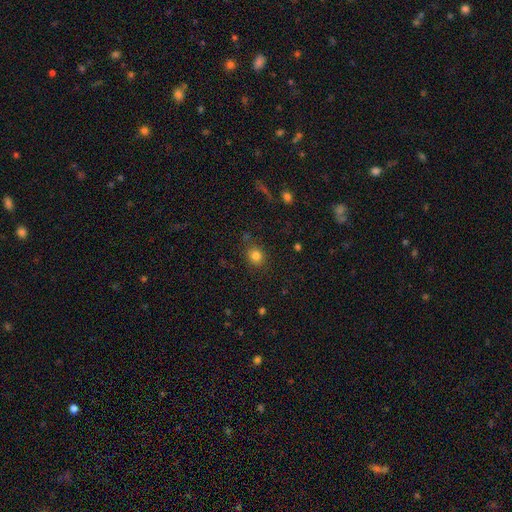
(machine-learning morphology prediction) The model was most divided on "how rounded": round: 74%, in between: 25%, cigar-shaped: 1%. More confident: merging — none (82%); smooth or featured — smooth (81%).